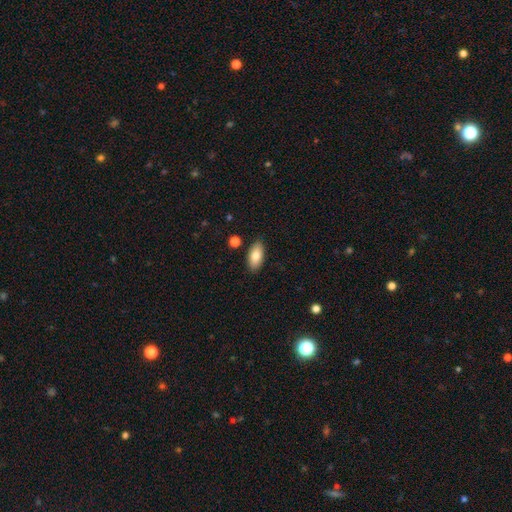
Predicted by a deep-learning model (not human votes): smooth_or_featured: smooth (p=0.80) [alt: featured or disk p=0.13]
how_rounded: in between (p=0.90) [alt: cigar-shaped p=0.07]
merging: none (p=0.87) [alt: minor disturbance p=0.09]